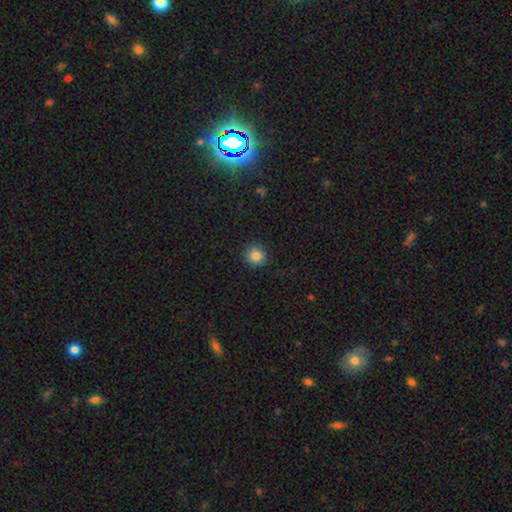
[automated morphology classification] The model was most divided on "smooth or featured": smooth: 85%, star or artifact: 11%, featured or disk: 4%. More confident: how rounded — round (91%); merging — none (86%).